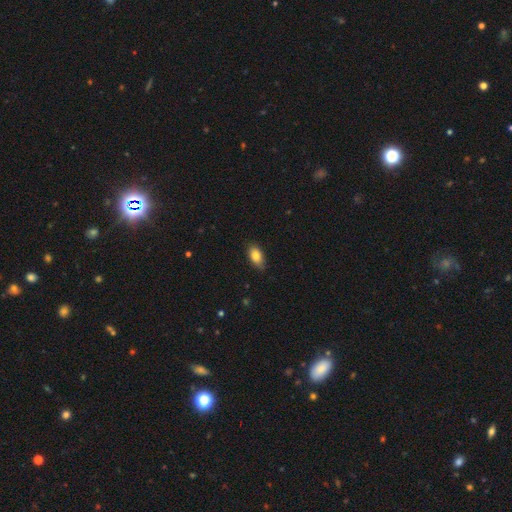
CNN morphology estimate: Smooth or featured? smooth (82%)
How rounded? in between (90%)
Merging? none (81%)